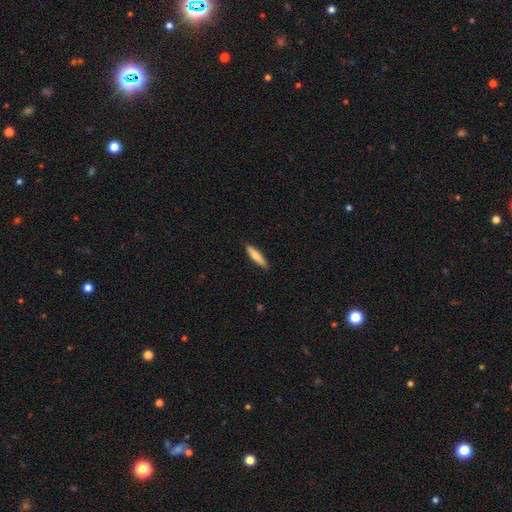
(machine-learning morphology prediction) Q: Smooth or featured?
A: smooth (69%); runner-up: featured or disk (26%)
Q: How rounded?
A: cigar-shaped (82%); runner-up: in between (17%)
Q: Merging?
A: none (90%); runner-up: minor disturbance (8%)